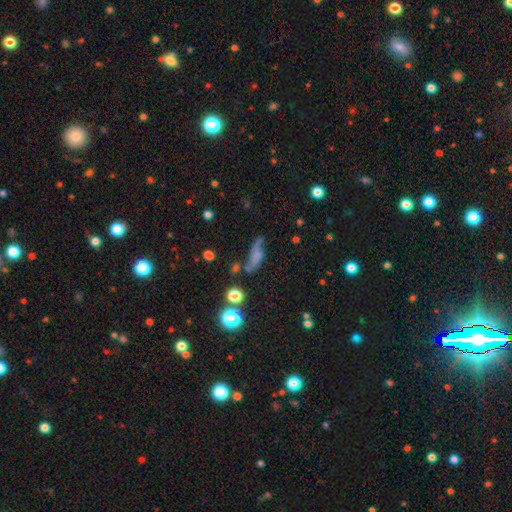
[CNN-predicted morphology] Smooth or featured: smooth — 43% (featured or disk — 41%)
Merging: none — 49% (minor disturbance — 26%)